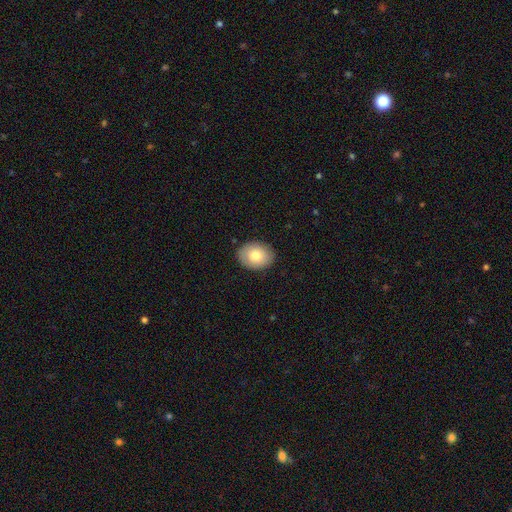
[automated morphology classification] type=smooth (79%); roundness=in between (65%); merging=none (87%).